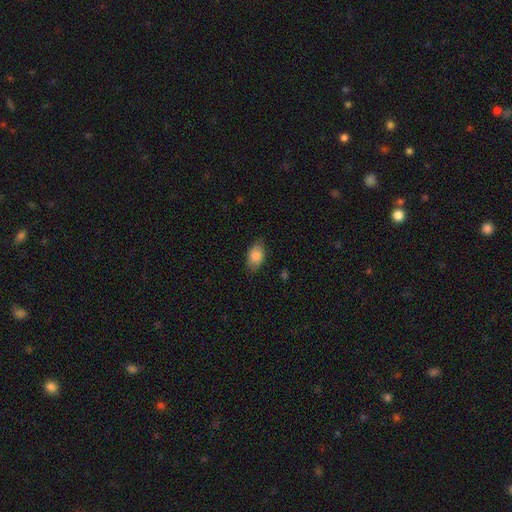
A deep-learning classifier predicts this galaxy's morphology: Smooth or featured?
  - smooth: 85% *
  - featured or disk: 8%
  - star or artifact: 7%
How rounded?
  - in between: 88% *
  - round: 9%
  - cigar-shaped: 2%
Merging?
  - none: 79% *
  - minor disturbance: 17%
  - major disturbance: 4%
  - merger: 1%